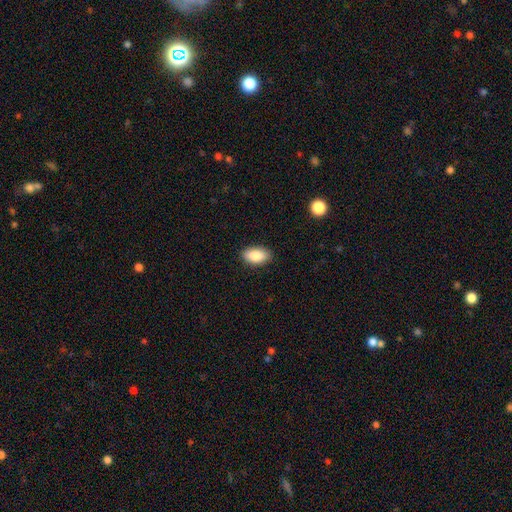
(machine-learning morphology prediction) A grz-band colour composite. It shows a smooth galaxy with no disk features (87%) that is in between round and cigar-shaped (93%). Merging: none (88%).